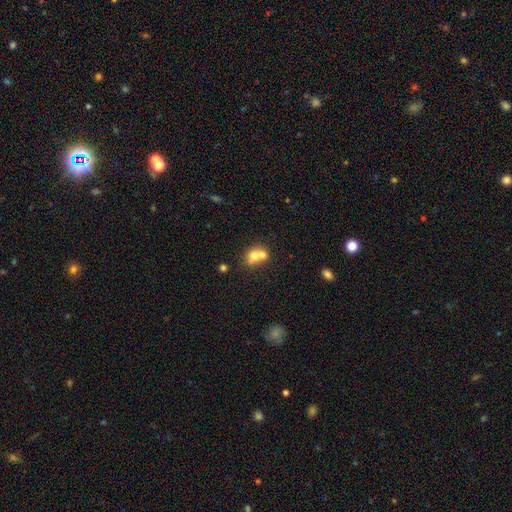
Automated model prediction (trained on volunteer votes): The model was most divided on "how rounded": round: 61%, in between: 38%, cigar-shaped: 1%. More confident: smooth or featured — smooth (68%); merging — merger (65%).